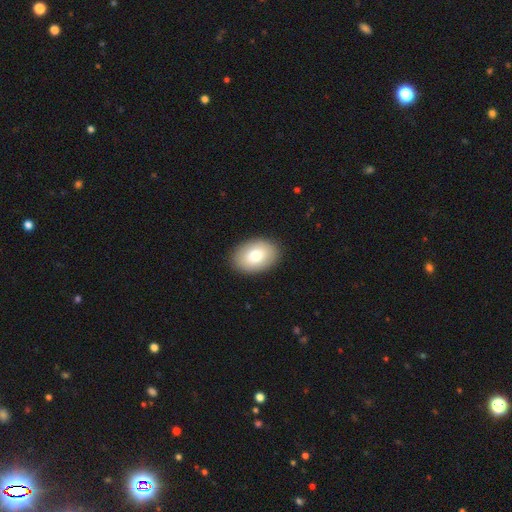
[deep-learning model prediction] This appears to be a smooth galaxy with no disk features (79%) that is in between round and cigar-shaped (82%). Merging: none (90%).